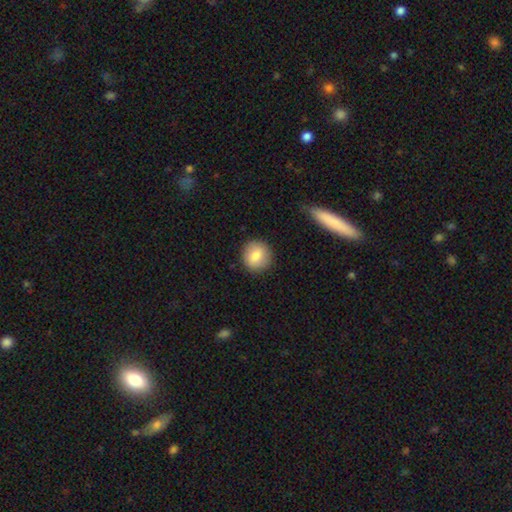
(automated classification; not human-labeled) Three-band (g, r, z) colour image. It shows a smooth galaxy with no disk features (82%) that is round (91%). Merging: none (88%).